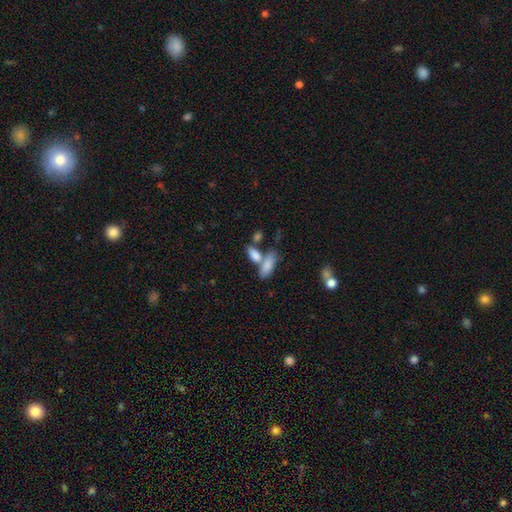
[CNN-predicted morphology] Smooth or featured?
  - smooth: 81% *
  - featured or disk: 12%
  - star or artifact: 7%
How rounded?
  - in between: 79% *
  - cigar-shaped: 17%
  - round: 4%
Merging?
  - merger: 45% *
  - none: 40%
  - minor disturbance: 10%
  - major disturbance: 5%